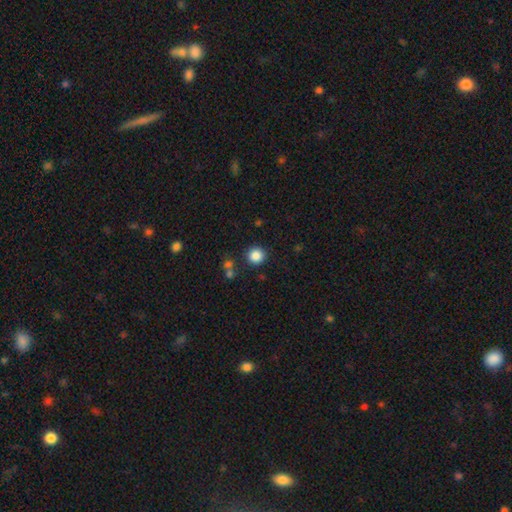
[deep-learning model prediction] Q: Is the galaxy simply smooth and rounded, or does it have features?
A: smooth — 86%.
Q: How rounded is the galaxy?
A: round — 94%.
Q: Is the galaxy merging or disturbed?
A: none — 86%.